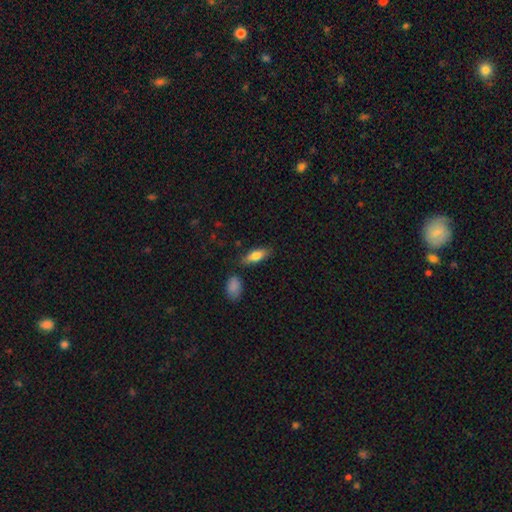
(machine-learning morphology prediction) Smooth or featured?
  - smooth: 74% *
  - featured or disk: 19%
  - star or artifact: 7%
How rounded?
  - in between: 68% *
  - cigar-shaped: 29%
  - round: 3%
Merging?
  - none: 79% *
  - minor disturbance: 13%
  - merger: 5%
  - major disturbance: 3%